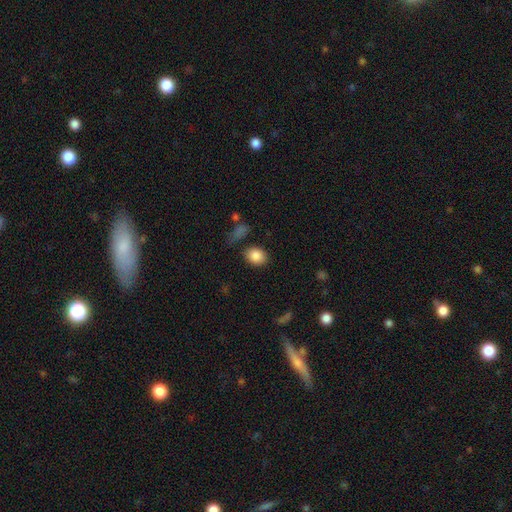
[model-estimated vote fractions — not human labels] Q: Smooth or featured?
A: smooth (86%); runner-up: star or artifact (8%)
Q: How rounded?
A: in between (62%); runner-up: round (37%)
Q: Merging?
A: none (79%); runner-up: minor disturbance (13%)